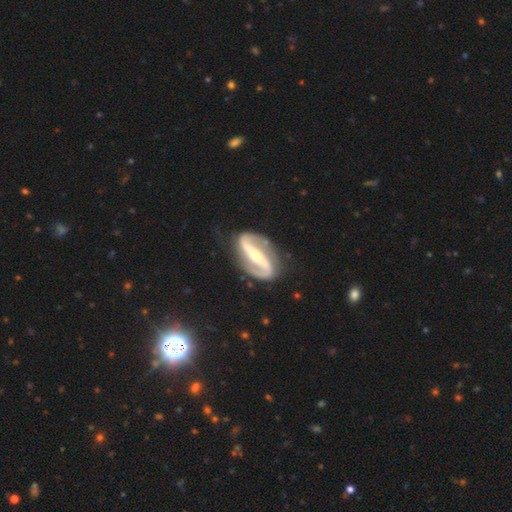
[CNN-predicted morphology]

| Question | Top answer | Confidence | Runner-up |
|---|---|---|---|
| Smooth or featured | featured or disk | 92% | smooth (5%) |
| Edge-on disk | no | 96% | yes (4%) |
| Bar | strong | 73% | weak (16%) |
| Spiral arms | yes | 96% | no (4%) |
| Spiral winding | medium | 44% | loose (34%) |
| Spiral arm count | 2 | 94% | can't tell (2%) |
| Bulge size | small | 48% | moderate (46%) |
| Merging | none | 82% | minor disturbance (12%) |